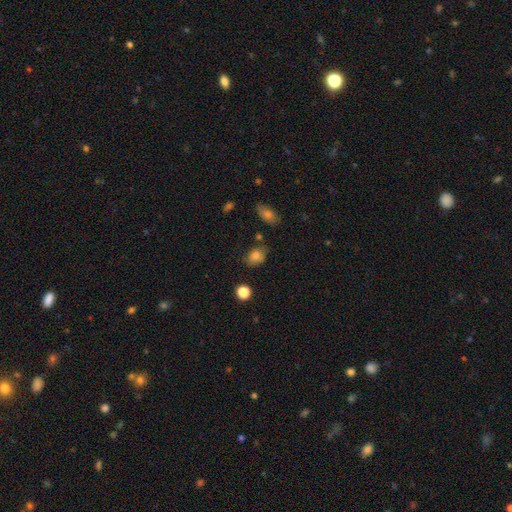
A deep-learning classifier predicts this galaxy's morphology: smooth_or_featured: smooth (p=0.80) [alt: star or artifact p=0.11]
how_rounded: in between (p=0.65) [alt: round p=0.34]
merging: none (p=0.69) [alt: minor disturbance p=0.21]